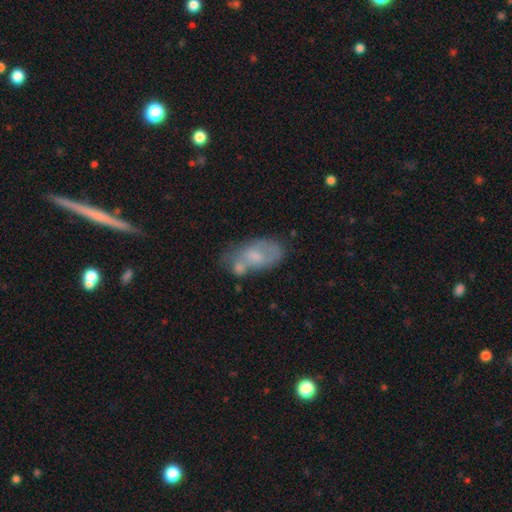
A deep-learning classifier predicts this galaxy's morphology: Smooth or featured? Predicted: smooth (p=0.53). How rounded? Predicted: in between (p=0.91). Merging? Predicted: none (p=0.35).